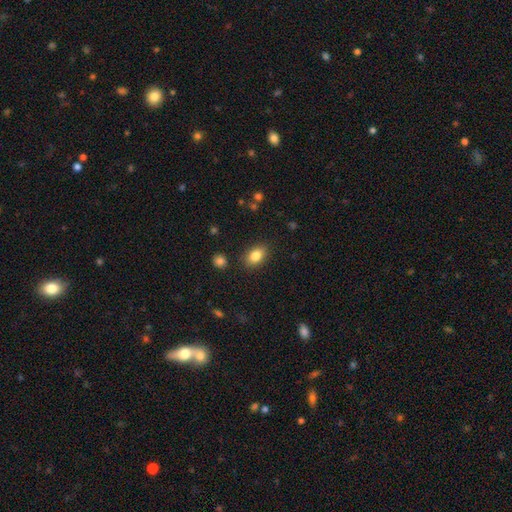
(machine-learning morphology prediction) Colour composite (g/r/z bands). It shows a smooth galaxy with no disk features (83%) that is in between round and cigar-shaped (84%). Merging: none (85%).